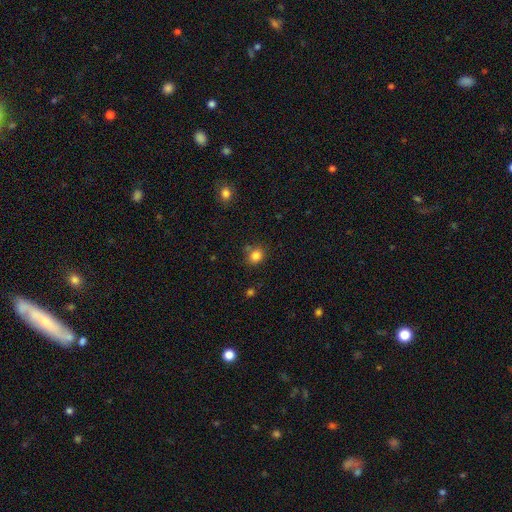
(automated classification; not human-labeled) smooth-or-featured: smooth: 83% | star or artifact: 12% | featured or disk: 5%
  how-rounded: round: 69% | in between: 31% | cigar-shaped: 1%
  merging: none: 74% | minor disturbance: 15% | merger: 7% | major disturbance: 4%